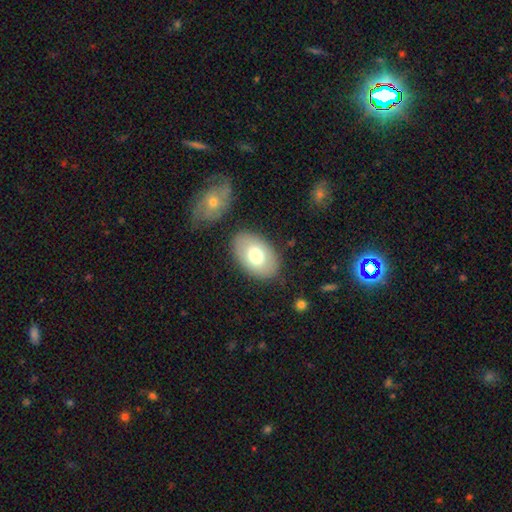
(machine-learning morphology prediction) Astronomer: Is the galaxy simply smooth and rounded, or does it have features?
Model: smooth — 74%.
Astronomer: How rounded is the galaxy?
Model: in between — 89%.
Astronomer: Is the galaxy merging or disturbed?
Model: none — 82%.